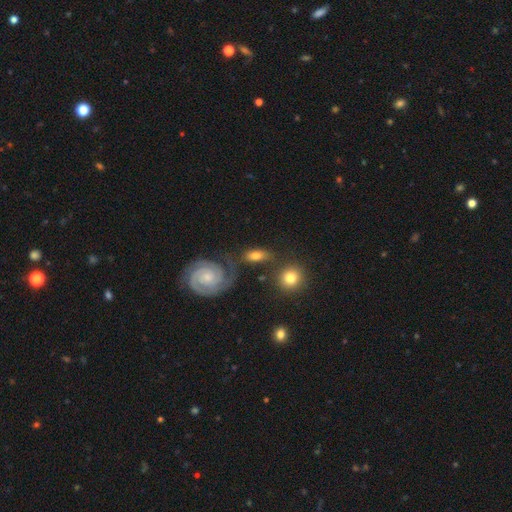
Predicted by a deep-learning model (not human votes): A smooth galaxy with no disk features (50%) that is in between round and cigar-shaped (80%). Merging: none (62%).